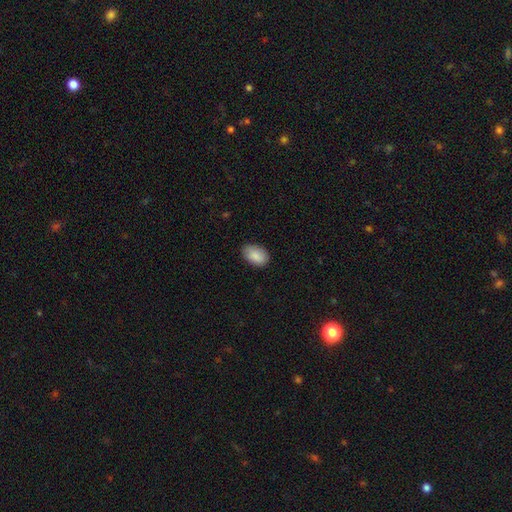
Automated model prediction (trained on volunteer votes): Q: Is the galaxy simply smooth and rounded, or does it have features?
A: smooth — 88%.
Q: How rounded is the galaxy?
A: in between — 91%.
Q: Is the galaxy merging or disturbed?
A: none — 79%.